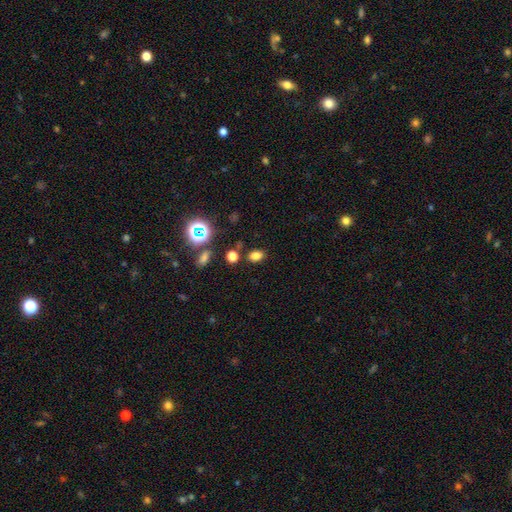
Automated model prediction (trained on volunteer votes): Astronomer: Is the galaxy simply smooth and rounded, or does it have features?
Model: smooth — 75%.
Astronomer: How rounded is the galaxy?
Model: in between — 74%.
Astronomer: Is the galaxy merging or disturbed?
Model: none — 81%.